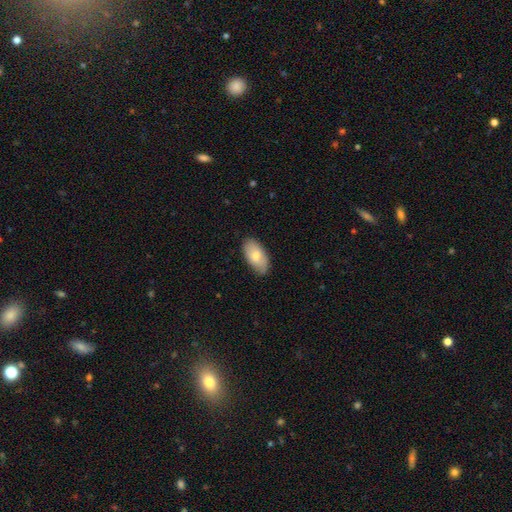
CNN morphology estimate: A smooth galaxy with no disk features (77%) that is in between round and cigar-shaped (94%). Merging: none (82%).